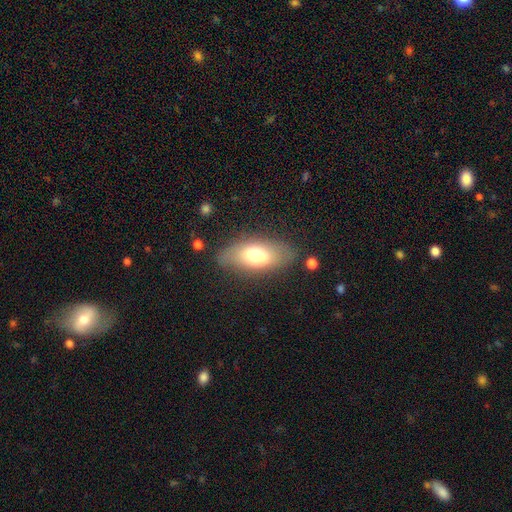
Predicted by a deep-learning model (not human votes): This is likely a smooth galaxy (68%). How rounded: clearly in between (85%). Merging: likely none (77%).